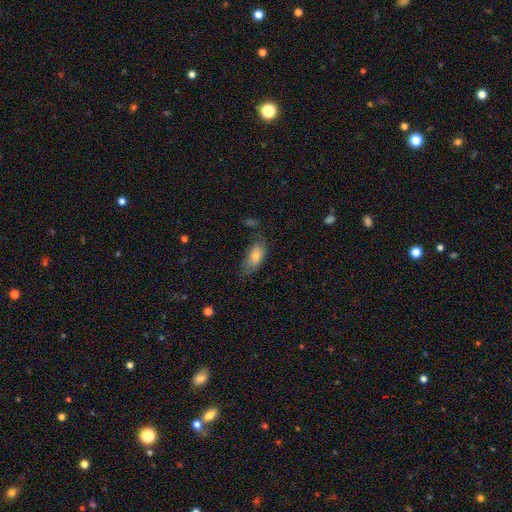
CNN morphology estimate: Smooth or featured?
  - smooth: 75% *
  - featured or disk: 18%
  - star or artifact: 7%
How rounded?
  - in between: 85% *
  - cigar-shaped: 12%
  - round: 3%
Merging?
  - none: 62% *
  - minor disturbance: 26%
  - major disturbance: 8%
  - merger: 3%